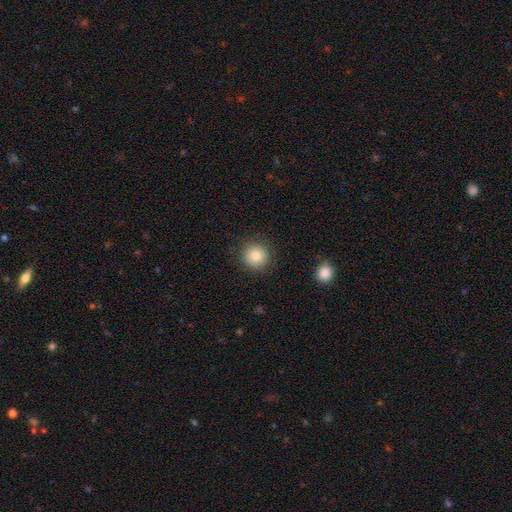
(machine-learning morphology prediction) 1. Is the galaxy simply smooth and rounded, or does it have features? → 80% smooth, 10% star or artifact, 10% featured or disk.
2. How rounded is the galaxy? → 95% round, 4% in between, 1% cigar-shaped.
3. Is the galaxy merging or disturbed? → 89% none, 7% minor disturbance, 3% major disturbance, 1% merger.